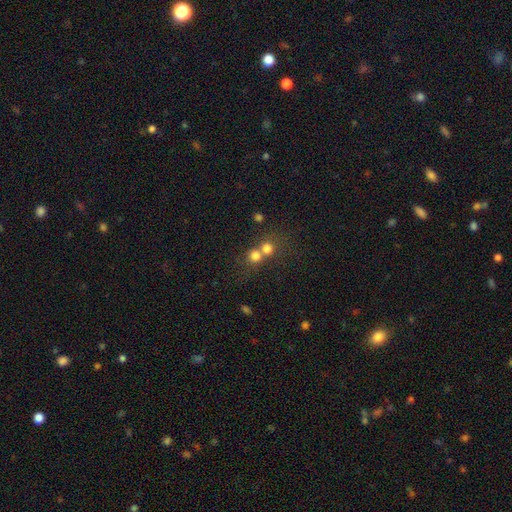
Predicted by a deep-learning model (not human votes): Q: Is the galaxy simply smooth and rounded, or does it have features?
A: smooth — 74%.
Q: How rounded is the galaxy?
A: round — 85%.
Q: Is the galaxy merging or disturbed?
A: merger — 55%.